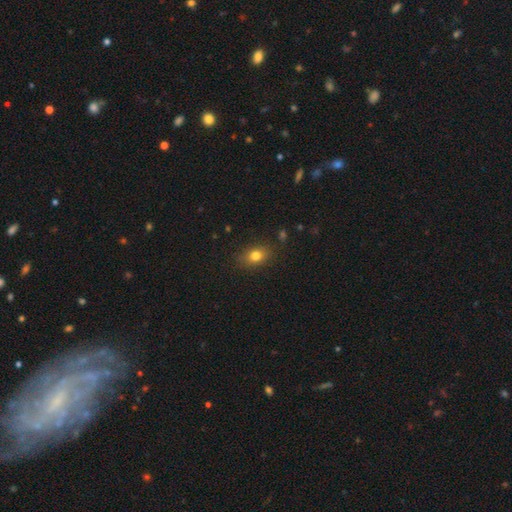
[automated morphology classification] This appears to be a smooth galaxy with no disk features (78%) that is in between round and cigar-shaped (68%). Merging: none (83%).